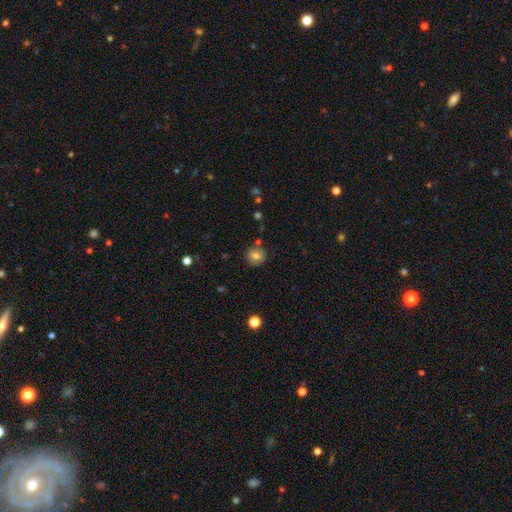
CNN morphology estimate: The model was most divided on "smooth or featured": smooth: 77%, featured or disk: 13%, star or artifact: 10%. More confident: how rounded — round (90%); merging — none (83%).